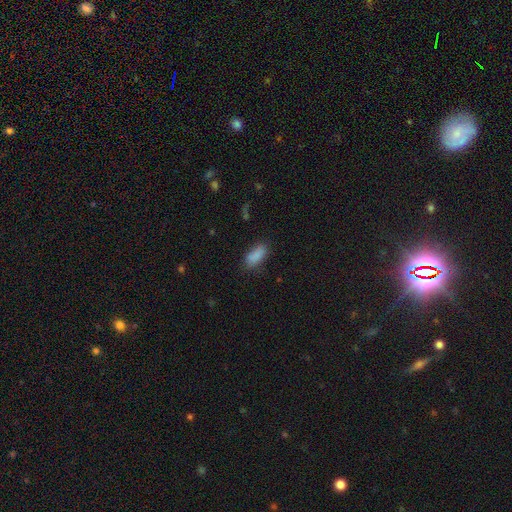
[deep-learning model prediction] smooth 86%, star or artifact 8%, featured or disk 5%. Down the decision tree: how rounded — in between (83%); merging — none (75%).